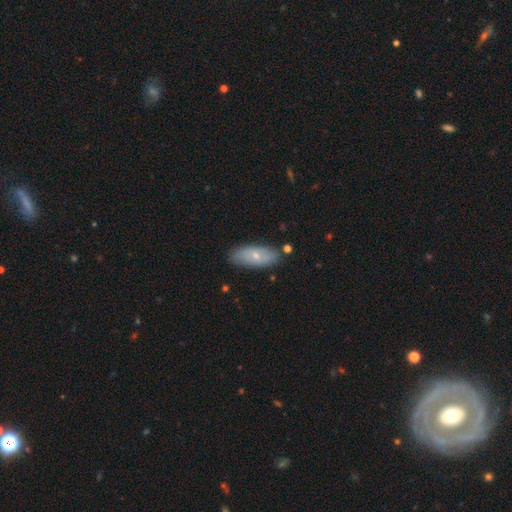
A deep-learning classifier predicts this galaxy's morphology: Overall: smooth (64%; featured or disk 30%). How rounded: in between (80%). Merging: none (83%).